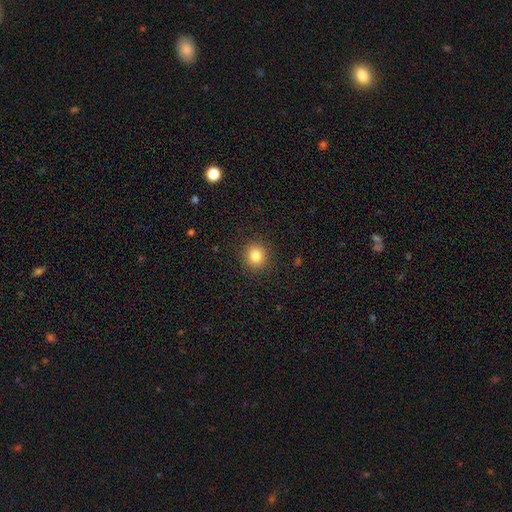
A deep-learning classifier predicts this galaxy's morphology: Smooth or featured? smooth (82%)
How rounded? round (92%)
Merging? none (91%)